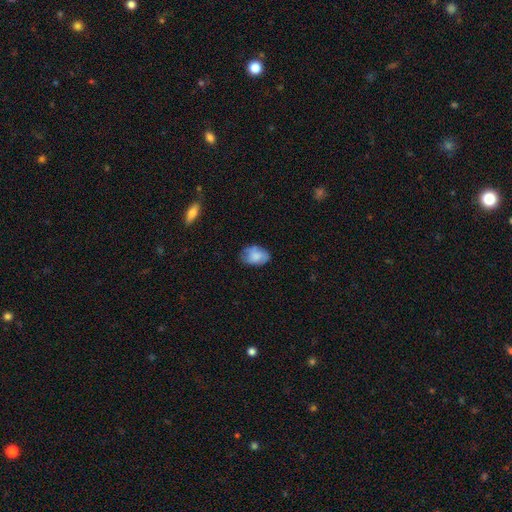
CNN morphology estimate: Overall: smooth (73%). How rounded: in between (84%). Merging: none (63%; minor disturbance 27%).